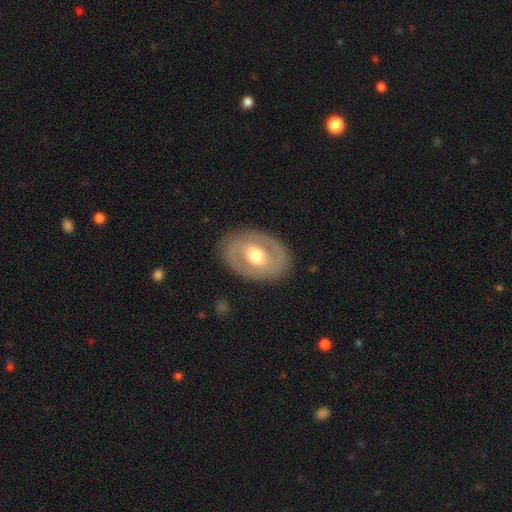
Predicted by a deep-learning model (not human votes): Smooth or featured? featured or disk (58%)
Edge-on disk? no (93%)
Bar? no (59%)
Spiral arms? no (75%)
Bulge size? moderate (67%)
Merging? none (84%)